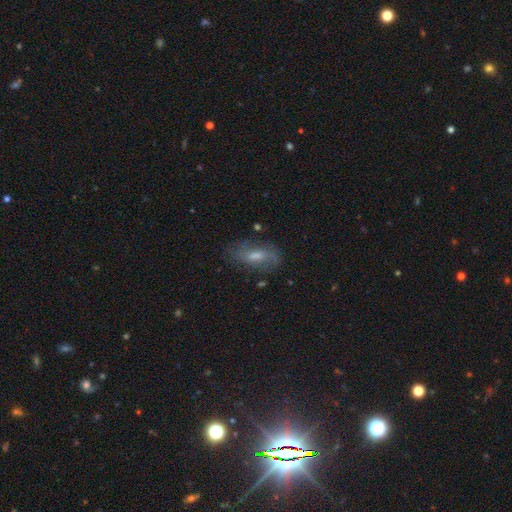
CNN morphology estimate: smooth-or-featured: featured or disk: 49% | smooth: 37% | star or artifact: 13%
  merging: none: 72% | minor disturbance: 18% | major disturbance: 7% | merger: 2%